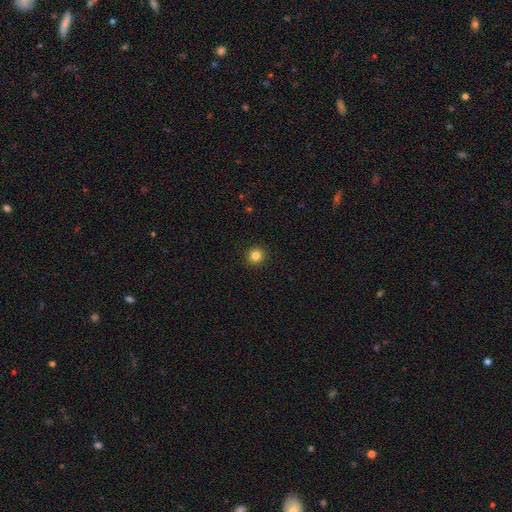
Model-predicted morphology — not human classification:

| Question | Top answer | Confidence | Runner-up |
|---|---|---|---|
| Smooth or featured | smooth | 83% | star or artifact (12%) |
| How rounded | round | 94% | in between (5%) |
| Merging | none | 93% | minor disturbance (4%) |